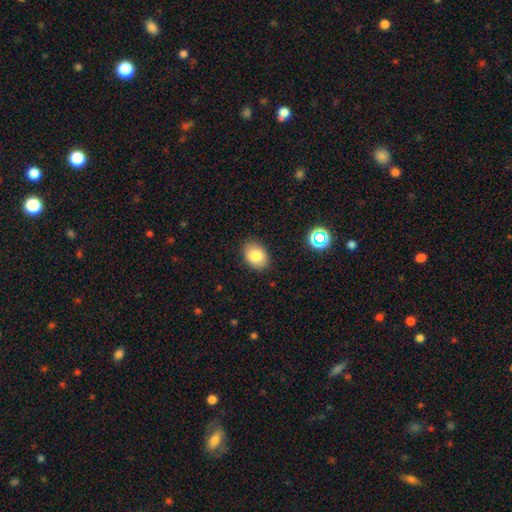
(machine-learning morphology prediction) A smooth galaxy with no disk features (81%) that is in between round and cigar-shaped (72%).

Vote fractions:
- Smooth or featured? smooth: 81% / star or artifact: 10% / featured or disk: 9%
- How rounded? in between: 72% / round: 27% / cigar-shaped: 1%
- Merging? none: 86% / minor disturbance: 11% / major disturbance: 2% / merger: 1%